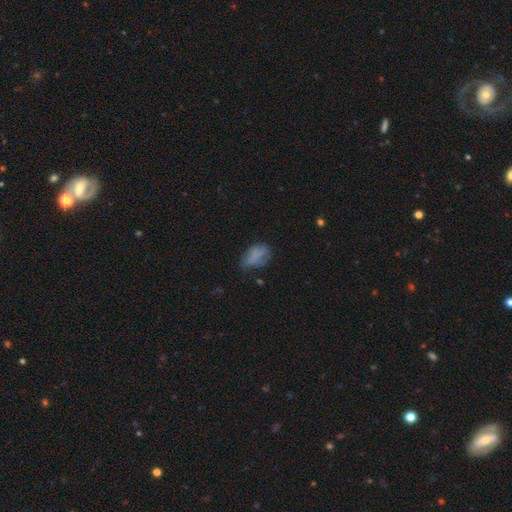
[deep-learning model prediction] This appears to be a smooth galaxy with no disk features (71%) that is in between round and cigar-shaped (84%). Merging: none (45%).